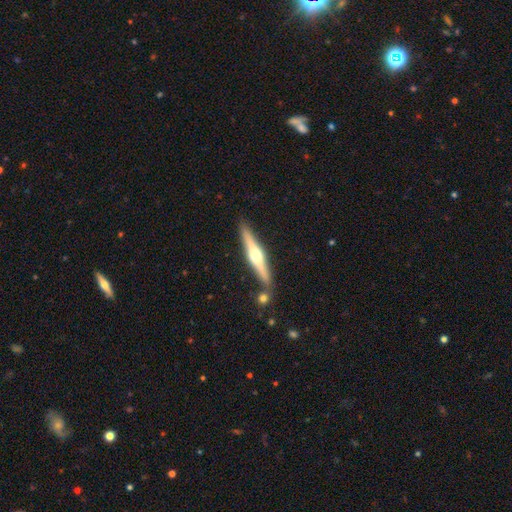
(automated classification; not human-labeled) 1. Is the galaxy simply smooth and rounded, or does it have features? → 70% featured or disk, 25% smooth, 5% star or artifact.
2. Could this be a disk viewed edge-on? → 97% yes, 3% no.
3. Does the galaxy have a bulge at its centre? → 91% rounded, 5% boxy, 4% none.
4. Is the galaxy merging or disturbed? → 83% none, 9% minor disturbance, 6% merger, 2% major disturbance.